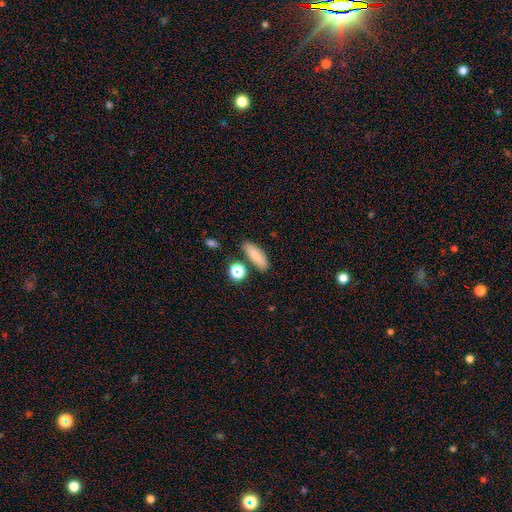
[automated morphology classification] A smooth galaxy with no disk features (81%) that is in between round and cigar-shaped (59%).

Vote fractions:
- Smooth or featured? smooth: 81% / featured or disk: 10% / star or artifact: 9%
- How rounded? in between: 59% / cigar-shaped: 36% / round: 6%
- Merging? none: 79% / minor disturbance: 11% / merger: 7% / major disturbance: 3%